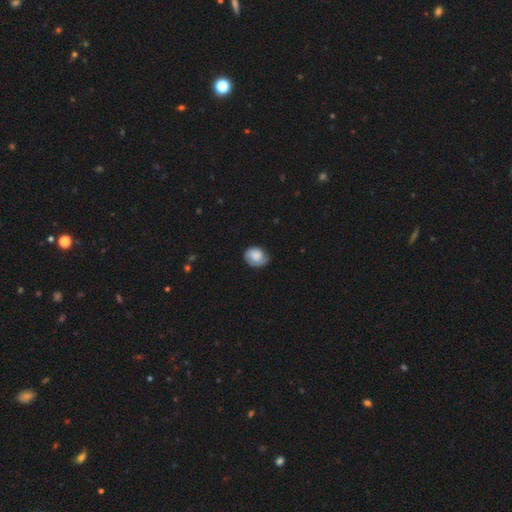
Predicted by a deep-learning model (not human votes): The model was most divided on "how rounded": round: 55%, in between: 45%, cigar-shaped: 1%. More confident: smooth or featured — smooth (71%); merging — none (58%).